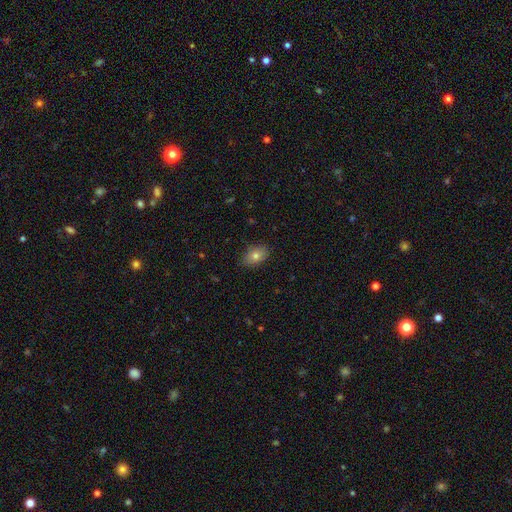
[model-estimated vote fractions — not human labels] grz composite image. It shows a smooth galaxy with no disk features (77%) that is in between round and cigar-shaped (83%). Merging: none (84%).